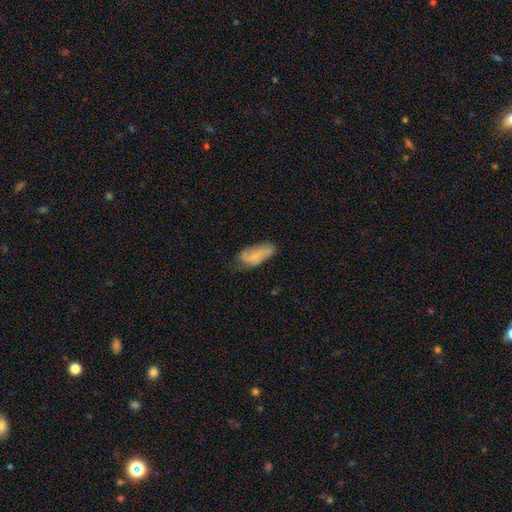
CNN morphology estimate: Smooth or featured?
  - smooth: 62% *
  - featured or disk: 30%
  - star or artifact: 8%
How rounded?
  - in between: 84% *
  - cigar-shaped: 13%
  - round: 3%
Merging?
  - none: 50% *
  - minor disturbance: 35%
  - major disturbance: 13%
  - merger: 2%